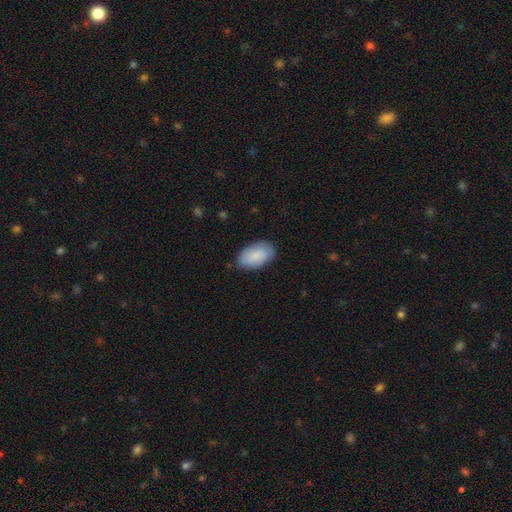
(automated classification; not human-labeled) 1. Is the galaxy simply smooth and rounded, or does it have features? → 79% smooth, 15% featured or disk, 6% star or artifact.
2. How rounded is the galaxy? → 94% in between, 5% round, 2% cigar-shaped.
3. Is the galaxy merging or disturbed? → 76% none, 19% minor disturbance, 4% major disturbance, 1% merger.